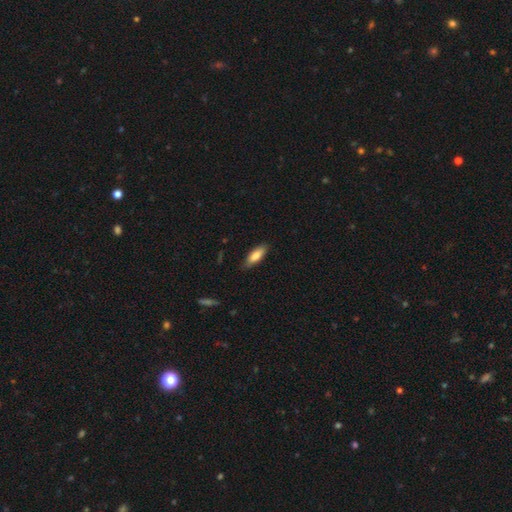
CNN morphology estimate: A smooth galaxy with no disk features (82%) that is in between round and cigar-shaped (68%).

Vote fractions:
- Smooth or featured? smooth: 82% / featured or disk: 12% / star or artifact: 6%
- How rounded? in between: 68% / cigar-shaped: 30% / round: 2%
- Merging? none: 81% / minor disturbance: 16% / major disturbance: 3% / merger: 1%